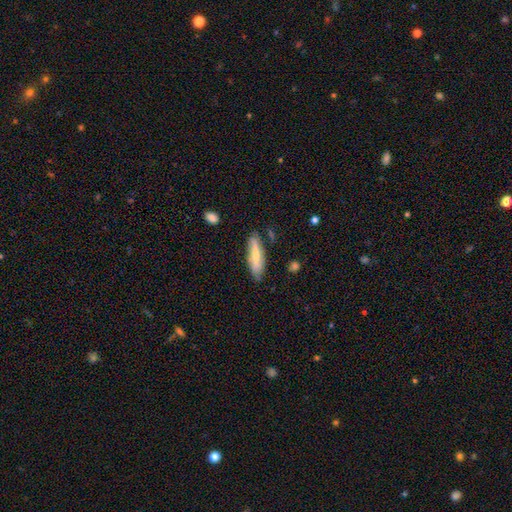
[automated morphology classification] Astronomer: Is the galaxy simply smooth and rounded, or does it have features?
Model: smooth — 56% (runner-up: featured or disk, 38%).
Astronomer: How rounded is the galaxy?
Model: cigar-shaped — 58% (runner-up: in between, 39%).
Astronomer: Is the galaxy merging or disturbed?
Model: none — 76%.